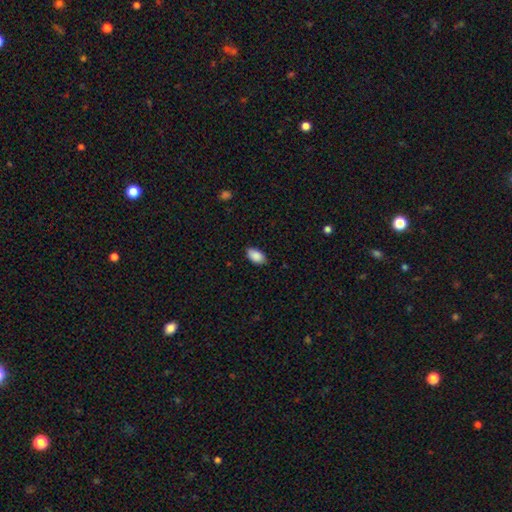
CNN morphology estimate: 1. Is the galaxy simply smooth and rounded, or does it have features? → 90% smooth, 7% star or artifact, 3% featured or disk.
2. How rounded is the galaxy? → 94% in between, 4% round, 2% cigar-shaped.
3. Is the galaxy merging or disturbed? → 85% none, 12% minor disturbance, 2% major disturbance, 1% merger.